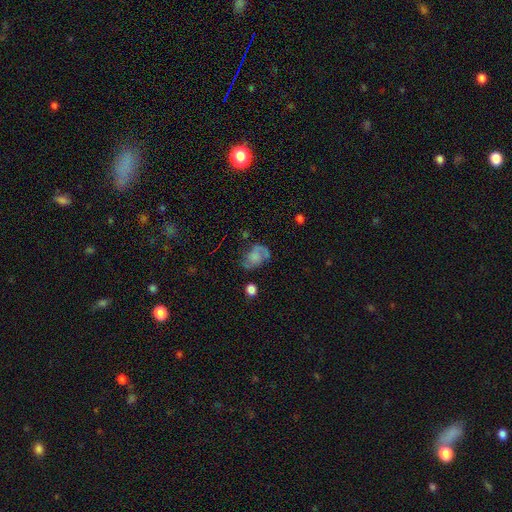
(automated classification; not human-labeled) smooth_or_featured: featured or disk (p=0.46) [alt: smooth p=0.43]
merging: none (p=0.43) [alt: minor disturbance p=0.27]